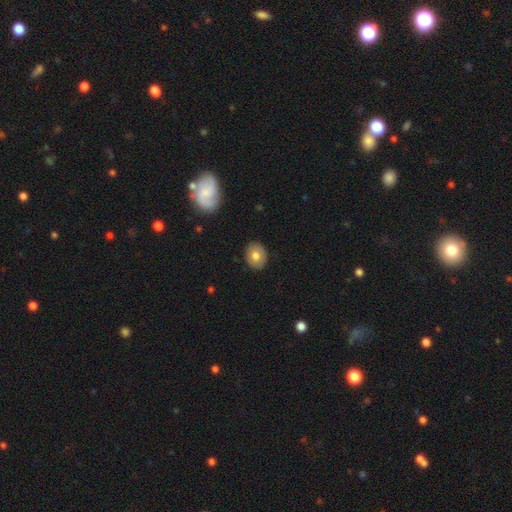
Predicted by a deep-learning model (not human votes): Smooth or featured? smooth (75%)
How rounded? in between (53%)
Merging? none (89%)